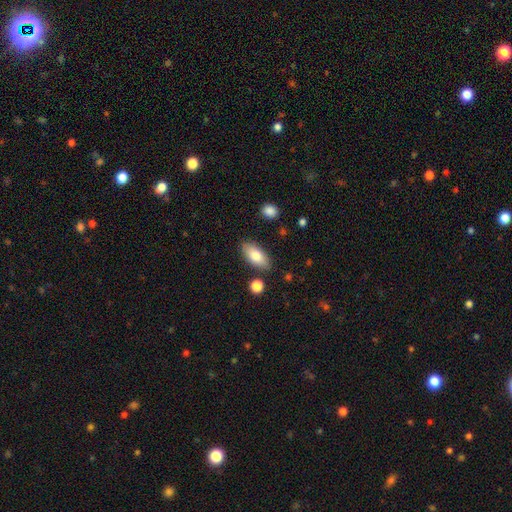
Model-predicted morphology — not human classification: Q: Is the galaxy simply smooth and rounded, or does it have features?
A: smooth — 80%.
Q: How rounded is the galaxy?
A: in between — 89%.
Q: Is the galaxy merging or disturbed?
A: none — 83%.